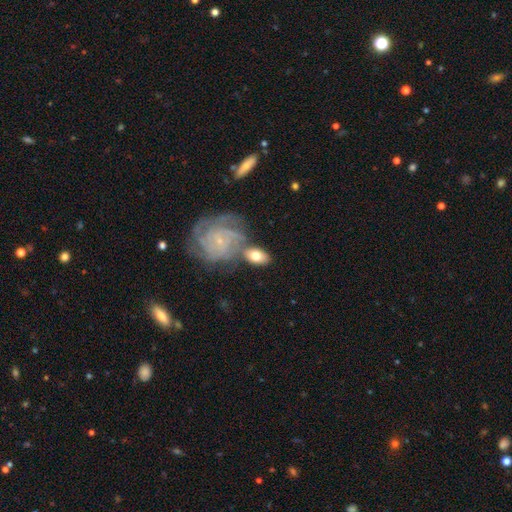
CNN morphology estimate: Smooth or featured? Predicted: smooth (p=0.51). How rounded? Predicted: in between (p=0.85). Merging? Predicted: none (p=0.56).